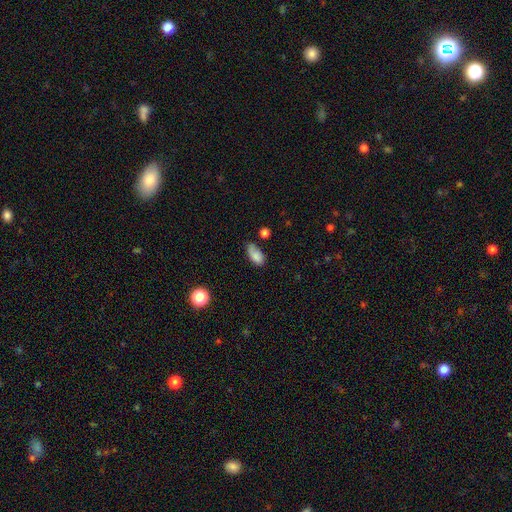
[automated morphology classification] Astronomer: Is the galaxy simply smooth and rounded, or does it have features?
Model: smooth — 82%.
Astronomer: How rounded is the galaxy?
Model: in between — 90%.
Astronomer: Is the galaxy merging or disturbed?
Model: none — 48% (runner-up: minor disturbance, 36%).